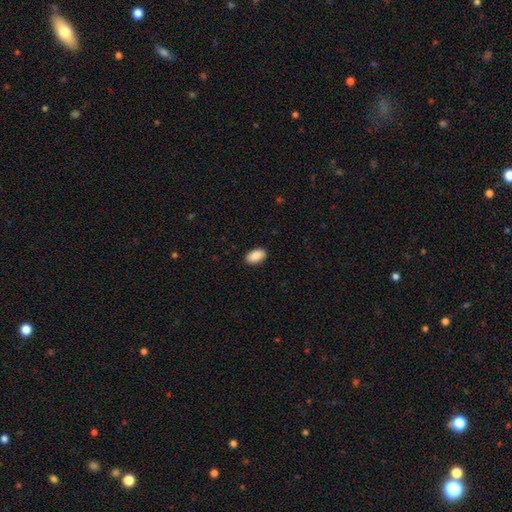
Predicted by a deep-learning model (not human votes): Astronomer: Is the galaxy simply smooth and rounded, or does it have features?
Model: smooth — 90%.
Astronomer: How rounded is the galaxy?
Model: in between — 94%.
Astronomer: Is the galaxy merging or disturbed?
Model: none — 90%.